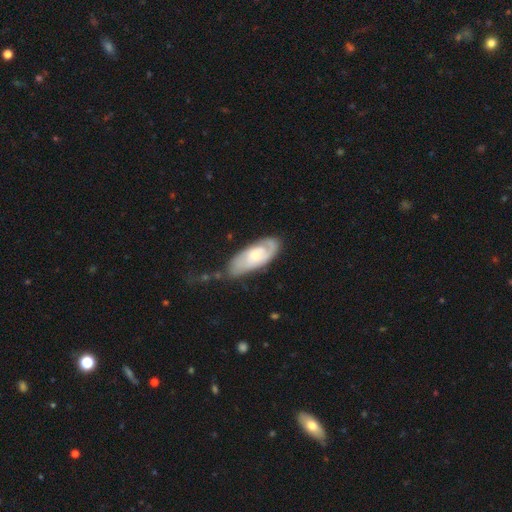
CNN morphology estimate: This appears to be a featured or disk galaxy (64%) with no bar (72%), spiral arms (84%) and a moderate central bulge (49%). Merging: none (57%).